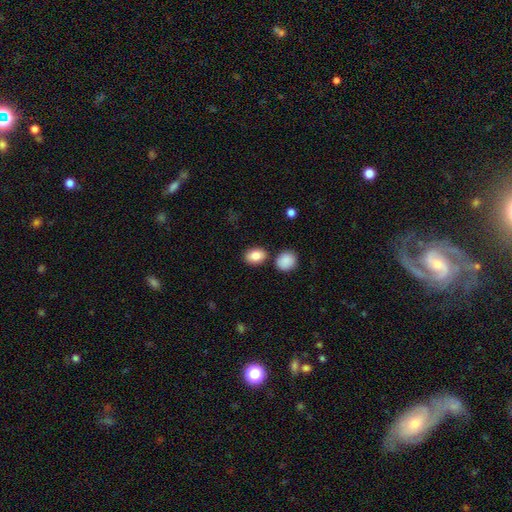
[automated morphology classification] Smooth or featured?
  - smooth: 85% *
  - star or artifact: 8%
  - featured or disk: 7%
How rounded?
  - in between: 77% *
  - round: 21%
  - cigar-shaped: 1%
Merging?
  - none: 79% *
  - minor disturbance: 10%
  - merger: 9%
  - major disturbance: 3%